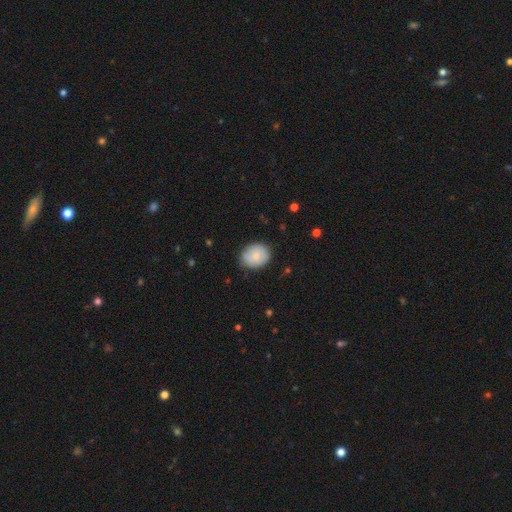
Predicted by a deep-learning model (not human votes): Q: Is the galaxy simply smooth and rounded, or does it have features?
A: smooth — 77%.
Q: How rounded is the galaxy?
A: round — 55%.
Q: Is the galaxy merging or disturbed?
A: none — 77%.